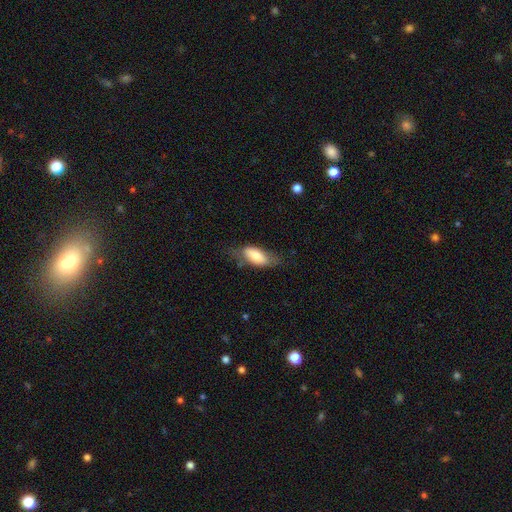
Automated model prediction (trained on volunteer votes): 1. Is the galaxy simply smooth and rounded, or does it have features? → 71% smooth, 23% featured or disk, 6% star or artifact.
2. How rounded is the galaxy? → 82% in between, 15% cigar-shaped, 3% round.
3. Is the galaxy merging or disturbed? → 56% none, 29% minor disturbance, 13% major disturbance, 2% merger.